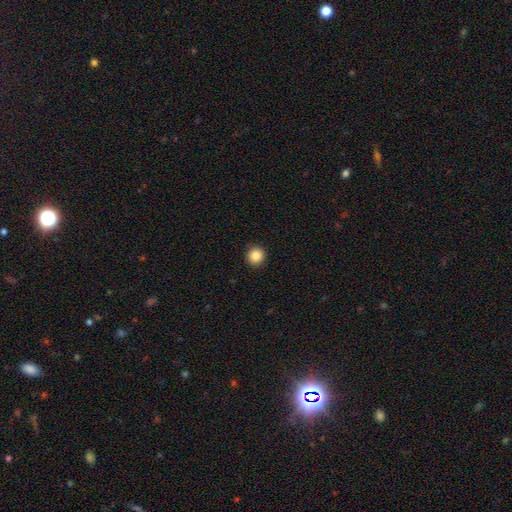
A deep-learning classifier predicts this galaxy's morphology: Smooth or featured?
  - smooth: 87% *
  - star or artifact: 10%
  - featured or disk: 4%
How rounded?
  - round: 91% *
  - in between: 8%
  - cigar-shaped: 1%
Merging?
  - none: 92% *
  - minor disturbance: 6%
  - major disturbance: 2%
  - merger: 1%